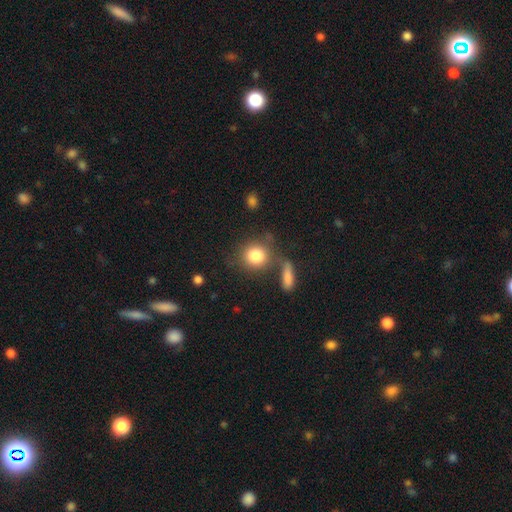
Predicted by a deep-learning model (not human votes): smooth 83%, star or artifact 9%, featured or disk 8%. Down the decision tree: how rounded — round (80%); merging — none (62%).